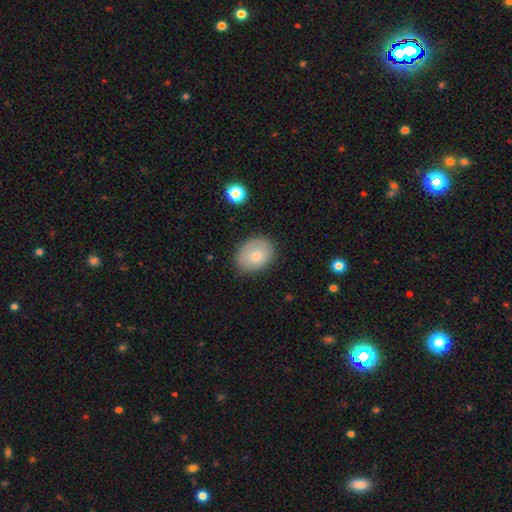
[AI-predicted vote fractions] smooth 76%, featured or disk 16%, star or artifact 7%. Down the decision tree: how rounded — in between (63%); merging — none (79%).